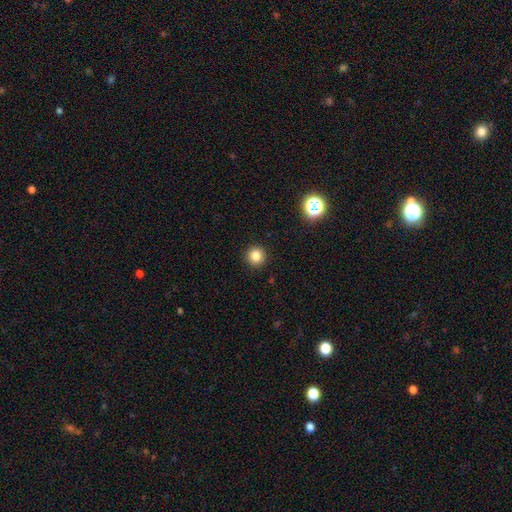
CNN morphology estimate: Smooth or featured? Predicted: smooth (p=0.82). How rounded? Predicted: round (p=0.95). Merging? Predicted: none (p=0.93).